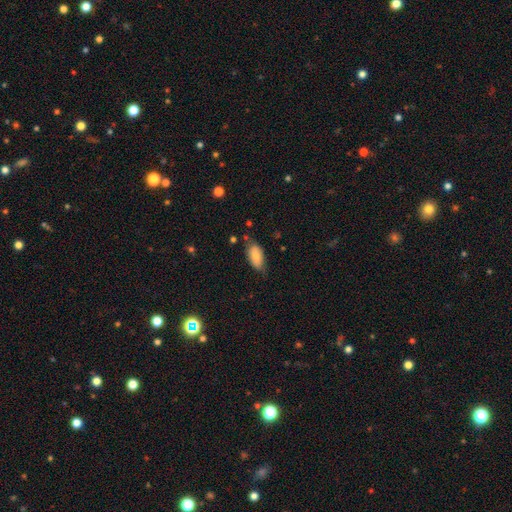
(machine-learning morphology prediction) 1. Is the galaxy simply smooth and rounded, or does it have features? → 78% smooth, 15% featured or disk, 7% star or artifact.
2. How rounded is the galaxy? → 91% in between, 6% cigar-shaped, 3% round.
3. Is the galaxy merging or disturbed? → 65% none, 28% minor disturbance, 5% major disturbance, 3% merger.